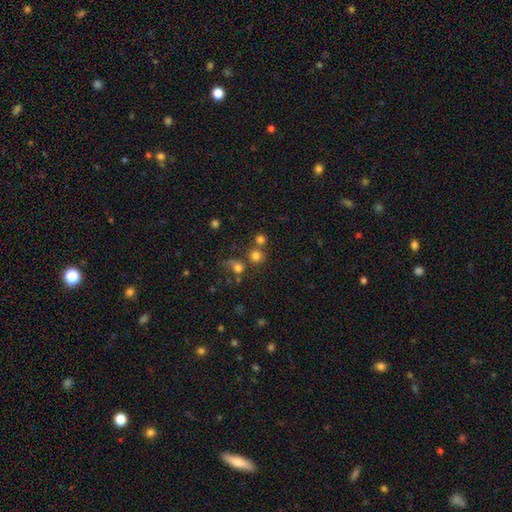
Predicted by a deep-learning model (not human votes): Q: Smooth or featured?
A: smooth (75%); runner-up: star or artifact (17%)
Q: How rounded?
A: round (91%); runner-up: in between (8%)
Q: Merging?
A: none (61%); runner-up: merger (24%)